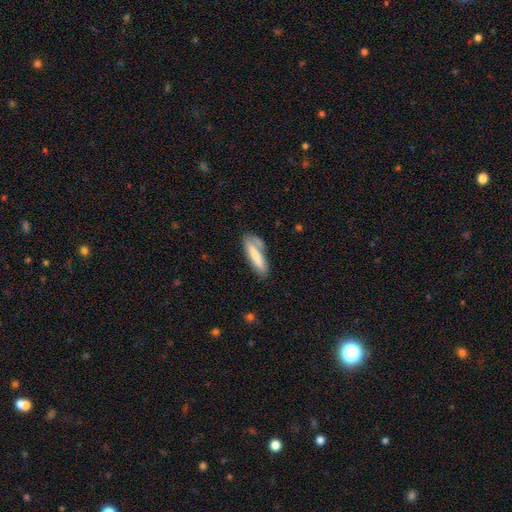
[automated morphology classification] A smooth galaxy with no disk features (71%) that is cigar-shaped (69%).

Vote fractions:
- Smooth or featured? smooth: 71% / featured or disk: 23% / star or artifact: 6%
- How rounded? cigar-shaped: 69% / in between: 30% / round: 2%
- Merging? none: 62% / minor disturbance: 22% / merger: 9% / major disturbance: 7%